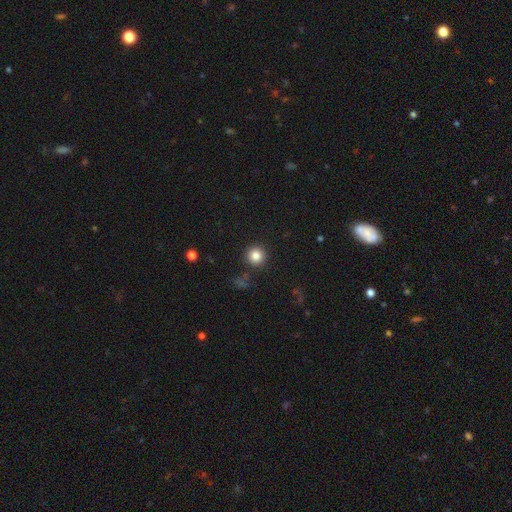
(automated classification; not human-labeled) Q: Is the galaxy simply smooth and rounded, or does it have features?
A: smooth — 84%.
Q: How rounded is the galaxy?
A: round — 95%.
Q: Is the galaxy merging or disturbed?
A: none — 89%.